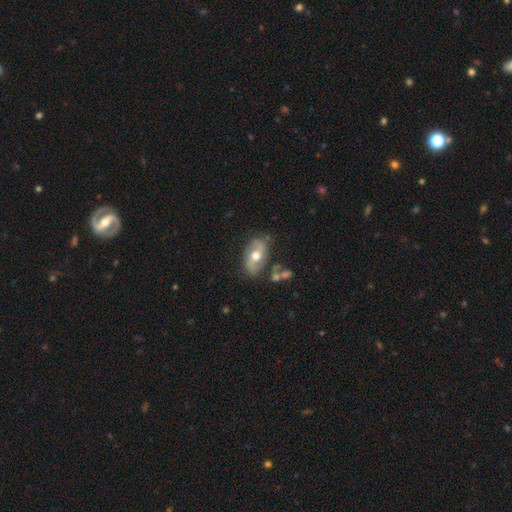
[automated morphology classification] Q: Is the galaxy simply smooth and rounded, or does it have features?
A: featured or disk — 71%.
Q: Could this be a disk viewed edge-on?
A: no — 93%.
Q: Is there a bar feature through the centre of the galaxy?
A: no — 47%.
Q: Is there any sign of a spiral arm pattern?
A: yes — 79%.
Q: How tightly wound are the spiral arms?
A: loose — 52%.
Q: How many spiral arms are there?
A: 2 — 88%.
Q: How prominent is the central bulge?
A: moderate — 79%.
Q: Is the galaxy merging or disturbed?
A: none — 70%.